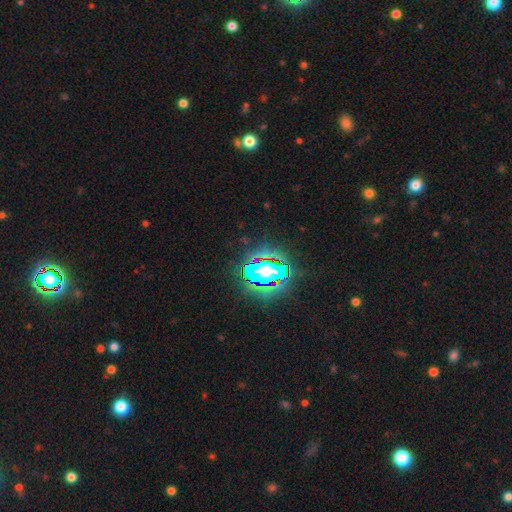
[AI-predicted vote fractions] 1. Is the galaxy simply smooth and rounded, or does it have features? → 82% star or artifact, 11% smooth, 8% featured or disk.